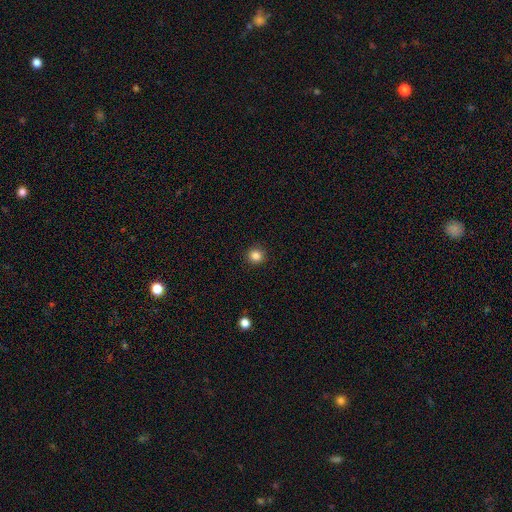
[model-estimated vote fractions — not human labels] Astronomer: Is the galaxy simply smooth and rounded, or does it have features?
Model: smooth — 84%.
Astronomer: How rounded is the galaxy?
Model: round — 93%.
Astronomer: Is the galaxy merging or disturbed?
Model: none — 92%.